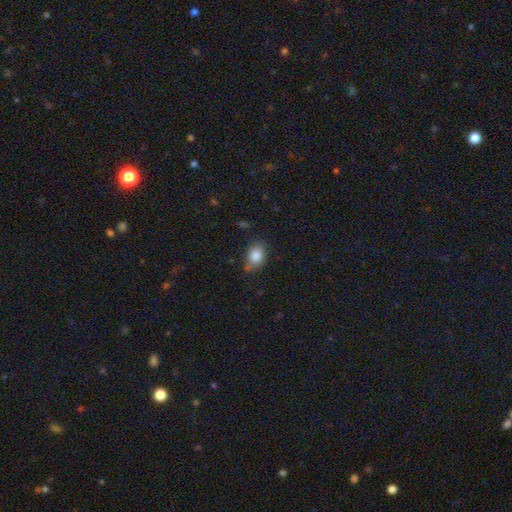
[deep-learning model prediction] Overall: smooth (85%). How rounded: in between (75%). Merging: none (71%).